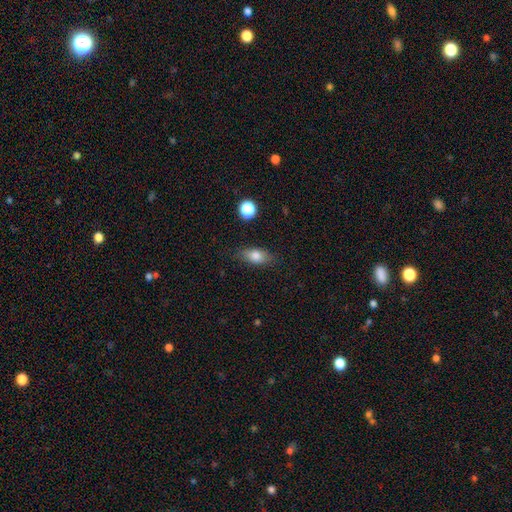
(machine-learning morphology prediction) smooth-or-featured: smooth: 78% | featured or disk: 13% | star or artifact: 9%
  how-rounded: in between: 80% | cigar-shaped: 12% | round: 8%
  merging: none: 82% | minor disturbance: 13% | major disturbance: 3% | merger: 2%